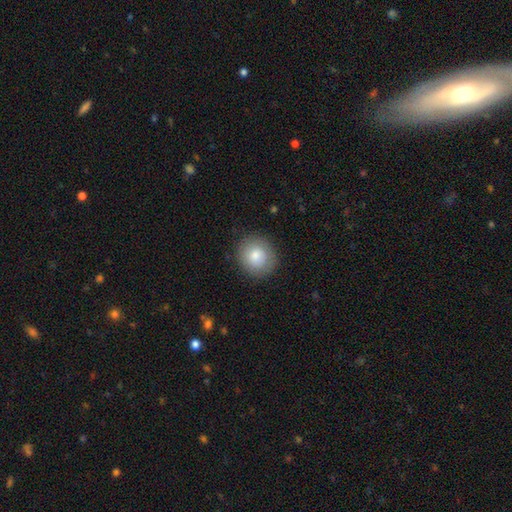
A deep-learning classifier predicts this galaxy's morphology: Smooth or featured? smooth (82%)
How rounded? round (87%)
Merging? none (88%)